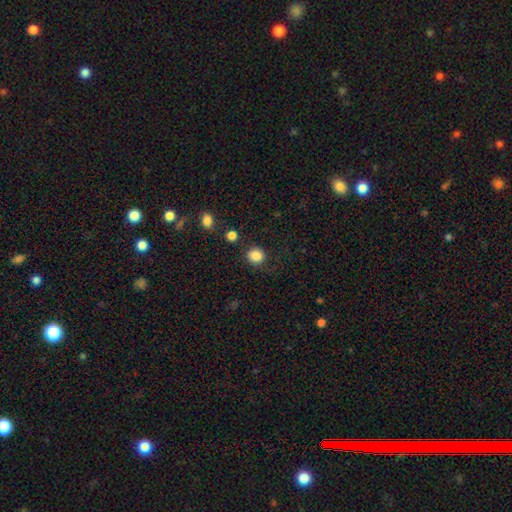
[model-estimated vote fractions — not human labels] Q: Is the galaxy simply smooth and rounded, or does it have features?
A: smooth — 86%.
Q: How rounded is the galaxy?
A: round — 83%.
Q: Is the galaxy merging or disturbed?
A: none — 80%.